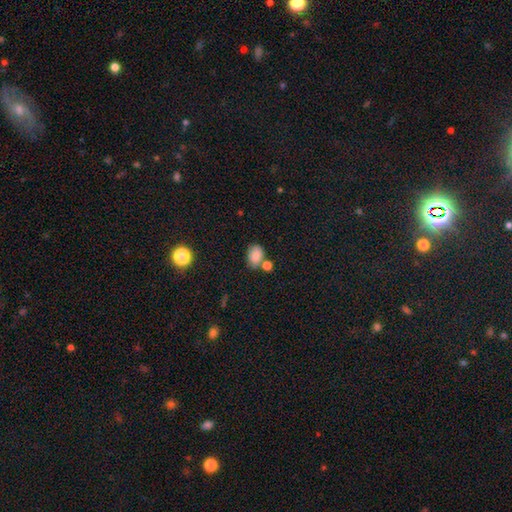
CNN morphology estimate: Smooth or featured? smooth (84%)
How rounded? in between (77%)
Merging? none (56%)